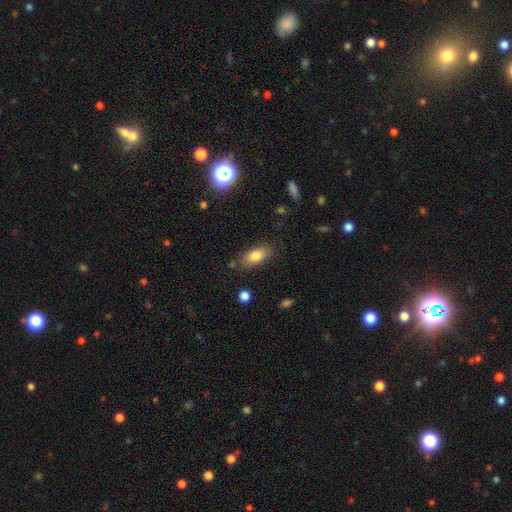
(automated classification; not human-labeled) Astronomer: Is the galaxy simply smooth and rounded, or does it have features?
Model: smooth — 81%.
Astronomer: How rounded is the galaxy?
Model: in between — 86%.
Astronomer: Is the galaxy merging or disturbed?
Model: none — 78%.